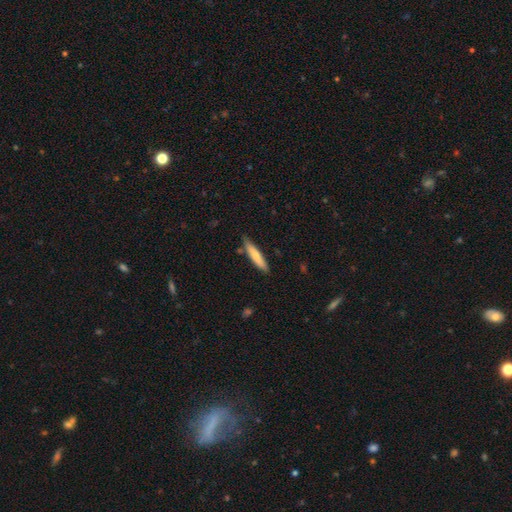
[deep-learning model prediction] Q: Smooth or featured?
A: smooth (71%); runner-up: featured or disk (24%)
Q: How rounded?
A: cigar-shaped (88%); runner-up: in between (11%)
Q: Merging?
A: none (81%); runner-up: minor disturbance (14%)